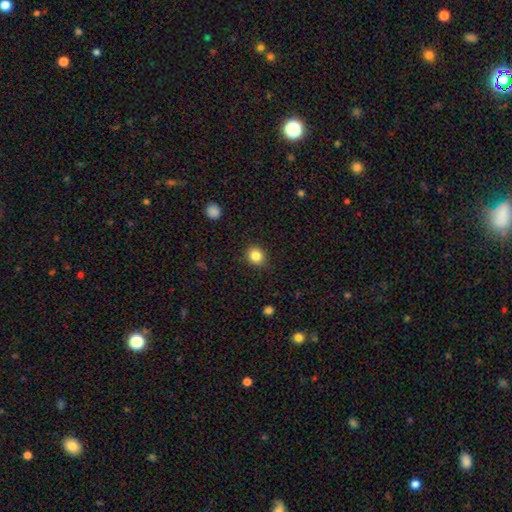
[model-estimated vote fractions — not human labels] Smooth or featured? smooth (85%)
How rounded? round (80%)
Merging? none (88%)